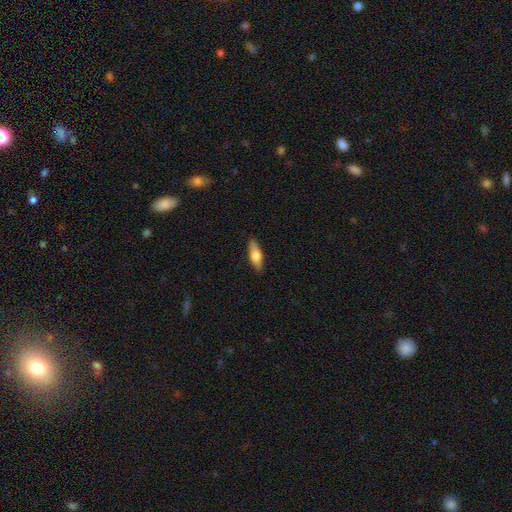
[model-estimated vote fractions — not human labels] The model was most divided on "how rounded": in between: 55%, cigar-shaped: 42%, round: 2%. More confident: merging — none (88%); smooth or featured — smooth (65%).